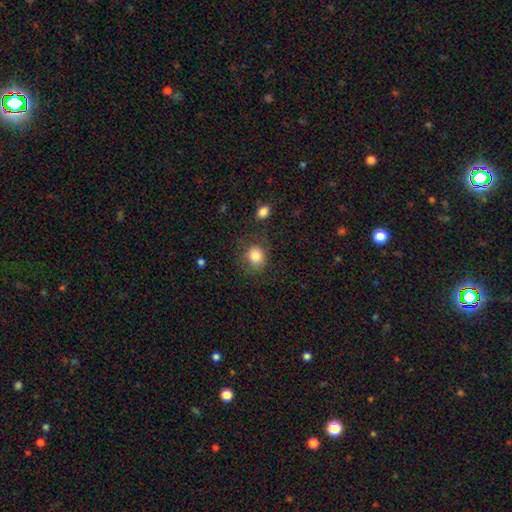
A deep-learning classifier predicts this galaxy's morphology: A smooth galaxy with no disk features (83%) that is round (74%). Merging: none (75%).